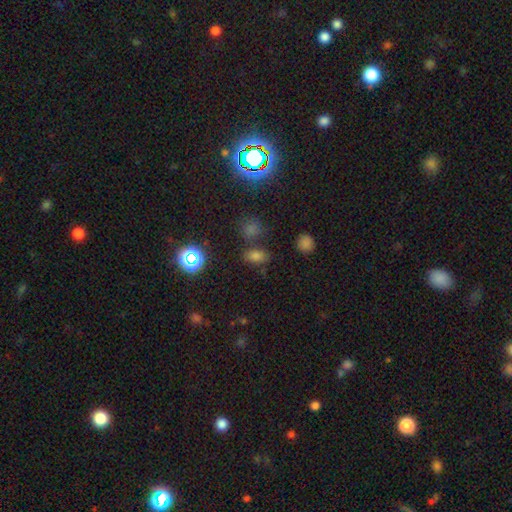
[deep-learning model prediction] A smooth galaxy with no disk features (67%) that is in between round and cigar-shaped (80%).

Vote fractions:
- Smooth or featured? smooth: 67% / star or artifact: 26% / featured or disk: 7%
- How rounded? in between: 80% / round: 18% / cigar-shaped: 3%
- Merging? none: 74% / minor disturbance: 12% / merger: 10% / major disturbance: 4%